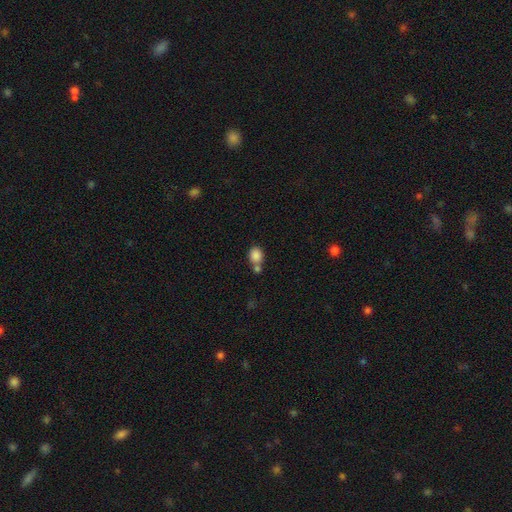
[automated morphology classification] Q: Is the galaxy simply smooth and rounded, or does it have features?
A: smooth — 85%.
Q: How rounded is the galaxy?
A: round — 58%.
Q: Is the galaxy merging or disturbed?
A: none — 47%.